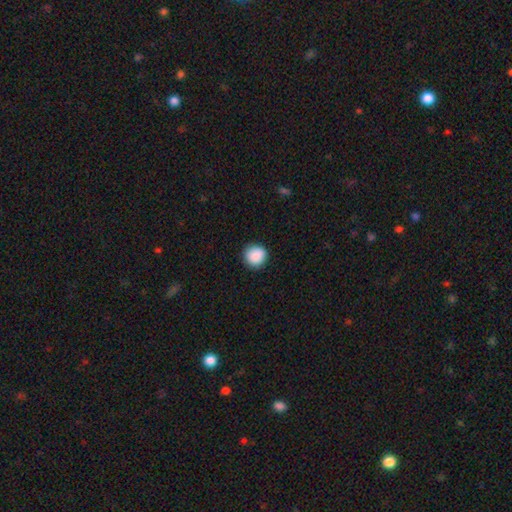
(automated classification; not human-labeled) Morphology: type=smooth (89%); roundness=round (92%); merging=none (89%).